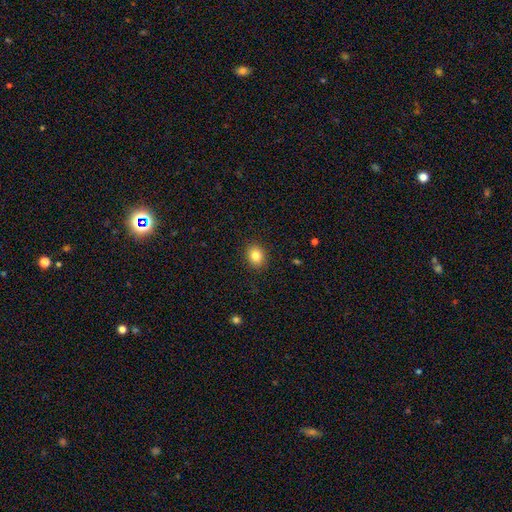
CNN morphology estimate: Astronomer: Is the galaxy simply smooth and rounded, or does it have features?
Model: smooth — 84%.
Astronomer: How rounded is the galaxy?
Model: round — 54% (runner-up: in between, 45%).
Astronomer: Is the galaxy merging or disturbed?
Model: none — 89%.